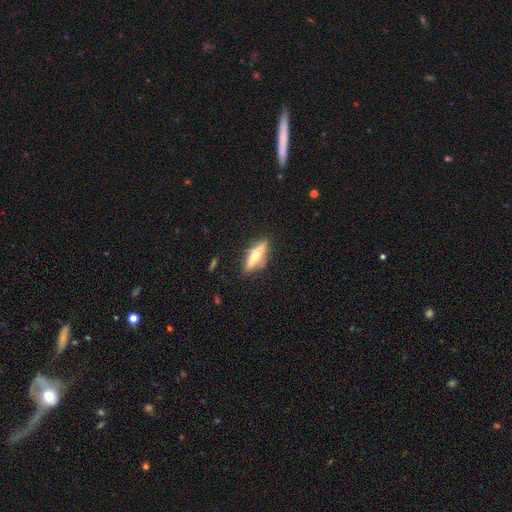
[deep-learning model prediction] smooth_or_featured: featured or disk (p=0.51) [alt: smooth p=0.44]
disk_edge_on: yes (p=0.91) [alt: no p=0.09]
merging: none (p=0.86) [alt: minor disturbance p=0.10]